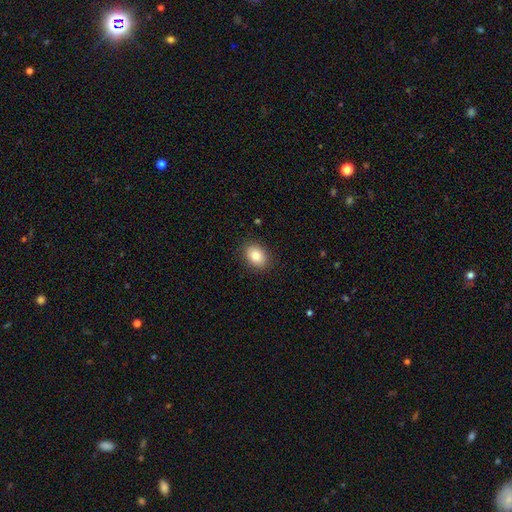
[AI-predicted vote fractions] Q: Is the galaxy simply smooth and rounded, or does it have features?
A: smooth — 86%.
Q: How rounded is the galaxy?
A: in between — 76%.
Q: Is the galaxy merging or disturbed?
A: none — 87%.